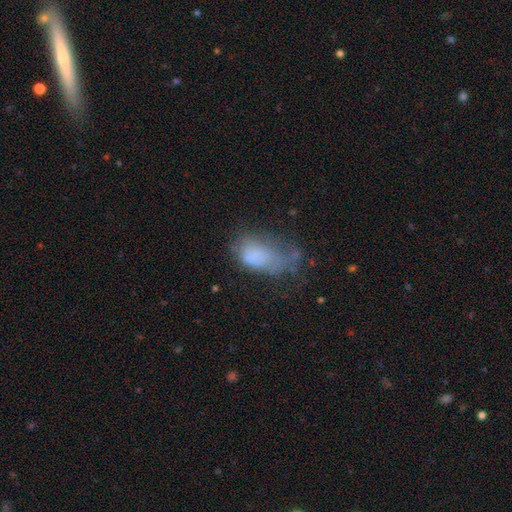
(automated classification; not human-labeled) Q: Smooth or featured?
A: smooth (65%); runner-up: featured or disk (23%)
Q: How rounded?
A: in between (91%); runner-up: round (7%)
Q: Merging?
A: major disturbance (43%); runner-up: minor disturbance (27%)